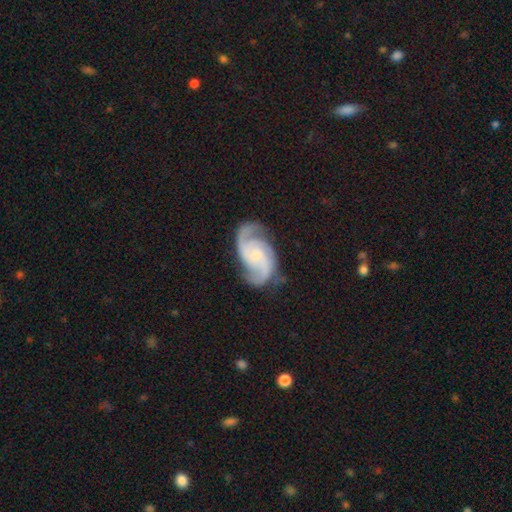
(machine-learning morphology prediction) Smooth or featured? Predicted: featured or disk (p=0.91). Edge-on disk? Predicted: no (p=0.98). Bar? Predicted: no (p=0.60). Spiral arms? Predicted: yes (p=0.98). Spiral winding? Predicted: medium (p=0.55). Spiral arm count? Predicted: 2 (p=0.73). Bulge size? Predicted: small (p=0.65). Merging? Predicted: none (p=0.76).